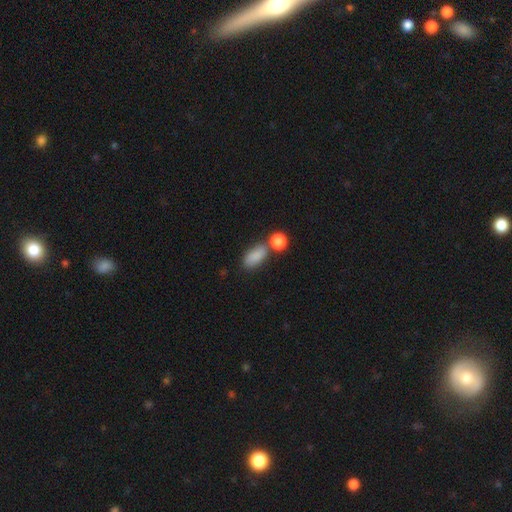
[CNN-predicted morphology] type=smooth (84%); roundness=in between (85%); merging=none (56%).